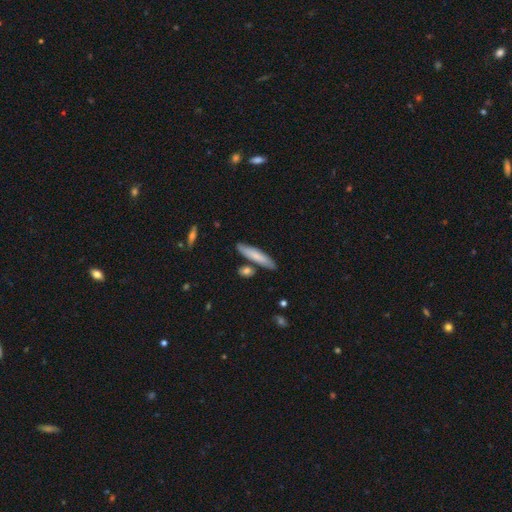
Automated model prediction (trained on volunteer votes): smooth_or_featured: smooth (p=0.72) [alt: featured or disk p=0.23]
how_rounded: cigar-shaped (p=0.86) [alt: in between p=0.12]
merging: none (p=0.81) [alt: minor disturbance p=0.11]